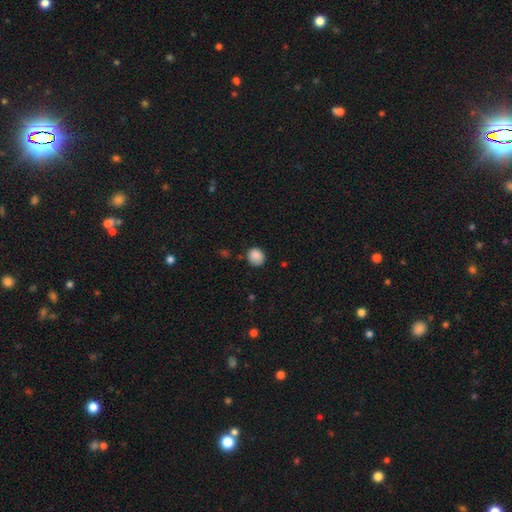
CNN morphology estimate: smooth 87%, star or artifact 9%, featured or disk 4%. Down the decision tree: how rounded — round (80%); merging — none (80%).